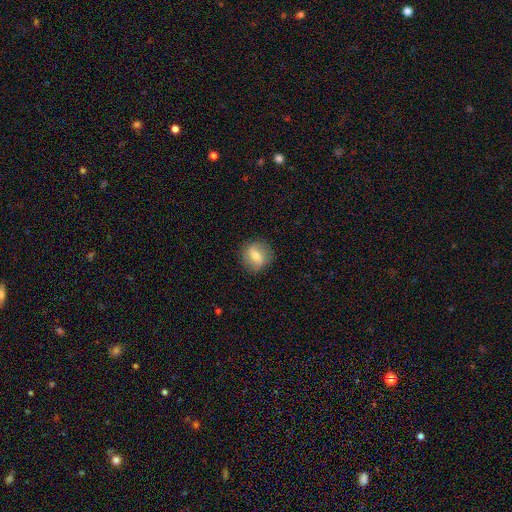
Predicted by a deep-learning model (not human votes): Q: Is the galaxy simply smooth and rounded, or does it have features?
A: smooth — 58%.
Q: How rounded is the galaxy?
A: round — 74%.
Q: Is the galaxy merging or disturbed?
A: none — 84%.